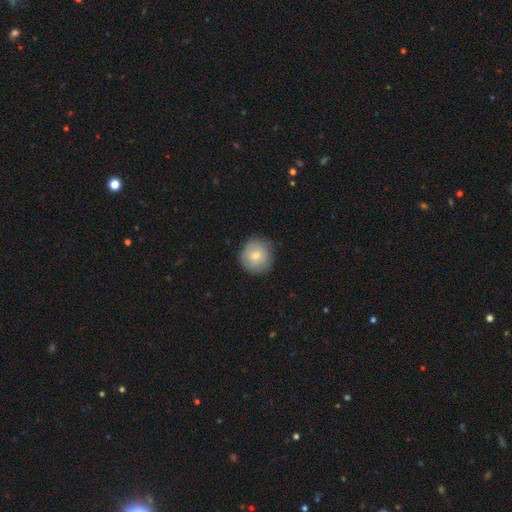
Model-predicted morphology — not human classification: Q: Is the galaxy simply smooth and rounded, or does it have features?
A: smooth — 75%.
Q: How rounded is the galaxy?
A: round — 93%.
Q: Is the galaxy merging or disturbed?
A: none — 83%.